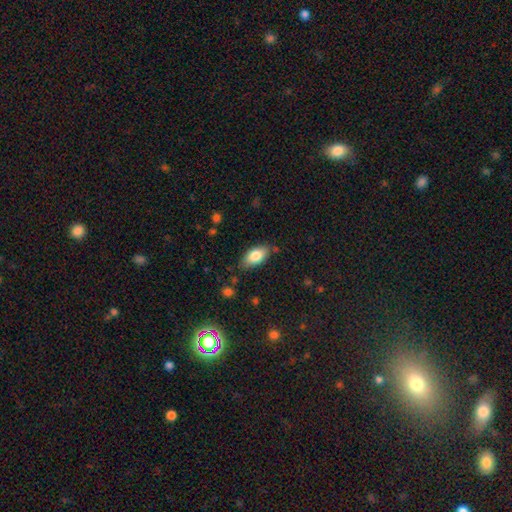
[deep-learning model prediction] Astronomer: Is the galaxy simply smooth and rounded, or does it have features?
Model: smooth — 81%.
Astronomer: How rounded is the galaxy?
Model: in between — 91%.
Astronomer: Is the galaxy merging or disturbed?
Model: none — 78%.